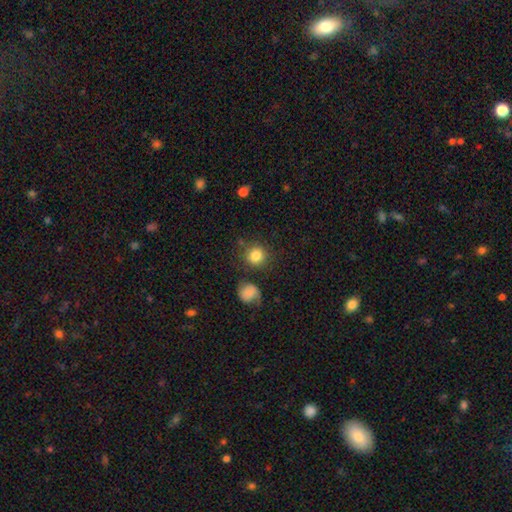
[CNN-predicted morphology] A smooth galaxy with no disk features (84%) that is round (91%).

Vote fractions:
- Smooth or featured? smooth: 84% / star or artifact: 10% / featured or disk: 6%
- How rounded? round: 91% / in between: 8% / cigar-shaped: 1%
- Merging? none: 81% / minor disturbance: 10% / merger: 6% / major disturbance: 4%